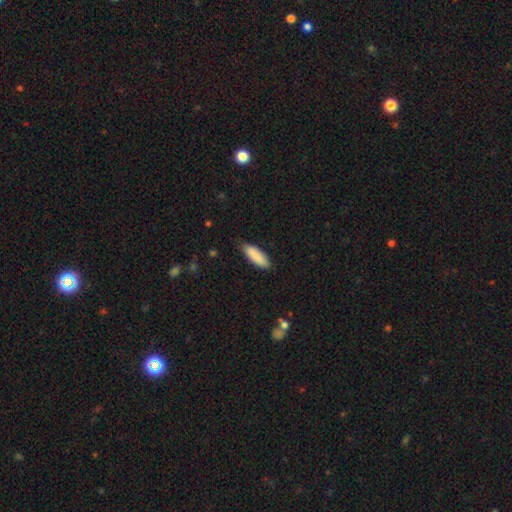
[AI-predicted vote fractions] smooth-or-featured: smooth: 89% | star or artifact: 6% | featured or disk: 5%
  how-rounded: in between: 61% | cigar-shaped: 38% | round: 1%
  merging: none: 83% | minor disturbance: 13% | major disturbance: 2% | merger: 1%